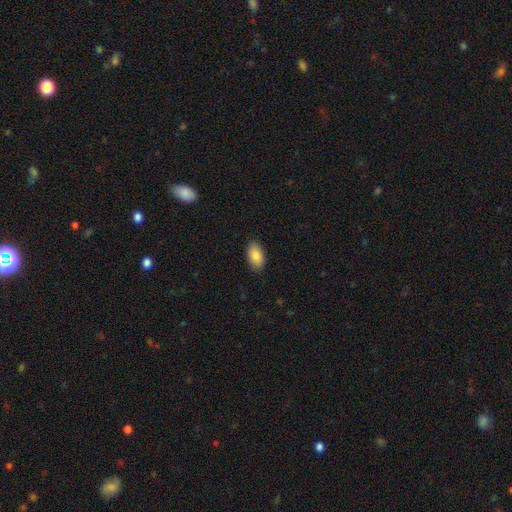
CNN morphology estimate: Overall: smooth (87%). How rounded: in between (94%). Merging: none (88%).